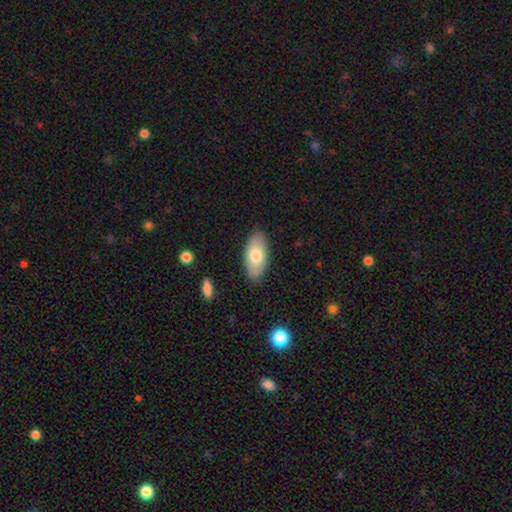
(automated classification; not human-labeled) Smooth or featured: smooth — 73% (featured or disk — 21%)
How rounded: in between — 92% (cigar-shaped — 5%)
Merging: none — 86% (minor disturbance — 11%)